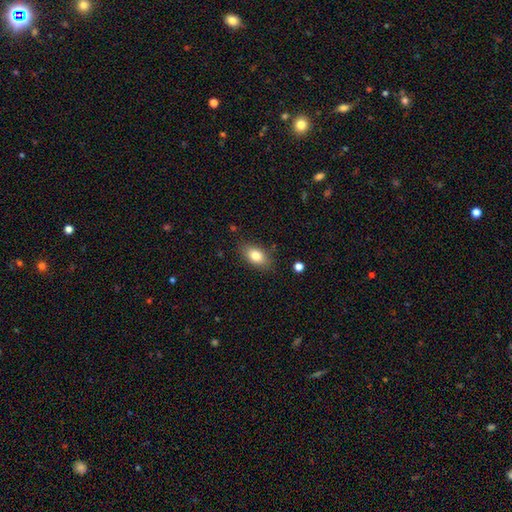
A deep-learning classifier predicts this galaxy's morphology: Smooth or featured: smooth — 81% (featured or disk — 11%)
How rounded: in between — 88% (round — 9%)
Merging: none — 82% (minor disturbance — 14%)